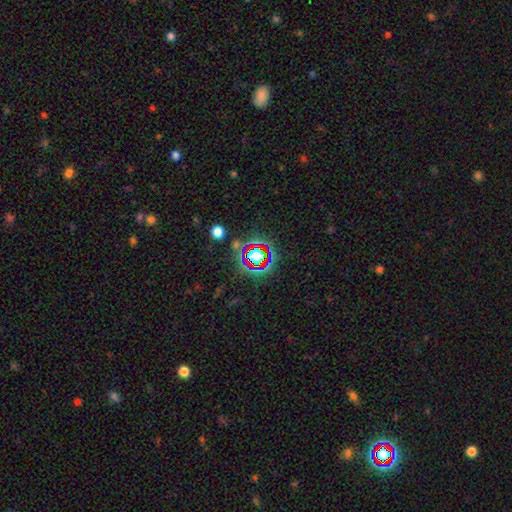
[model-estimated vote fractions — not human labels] Morphology: type=star or artifact (65%).